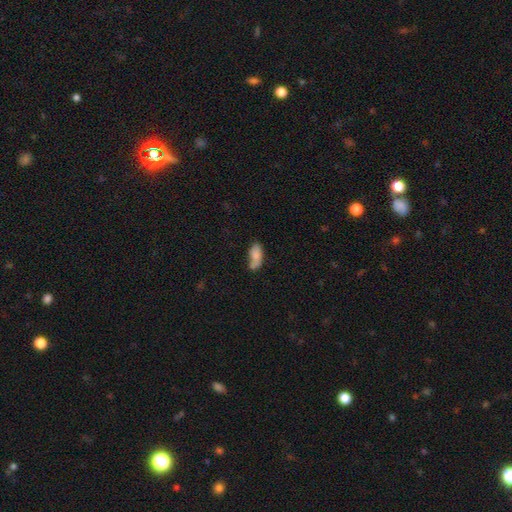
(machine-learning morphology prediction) smooth-or-featured: smooth: 75% | featured or disk: 16% | star or artifact: 9%
  how-rounded: in between: 85% | cigar-shaped: 12% | round: 3%
  merging: none: 41% | minor disturbance: 26% | merger: 21% | major disturbance: 12%